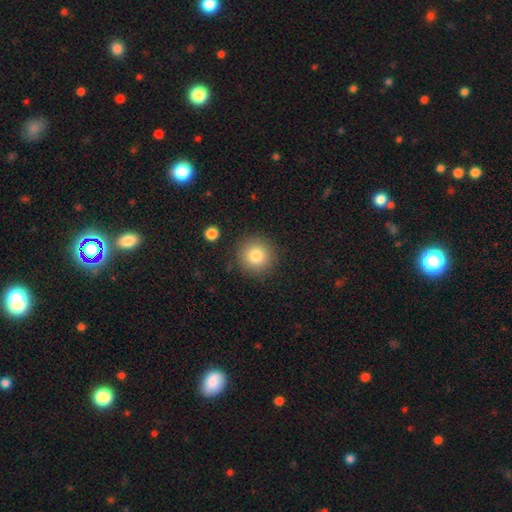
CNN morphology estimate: smooth_or_featured: smooth (p=0.82) [alt: star or artifact p=0.11]
how_rounded: round (p=0.94) [alt: in between p=0.05]
merging: none (p=0.88) [alt: minor disturbance p=0.07]